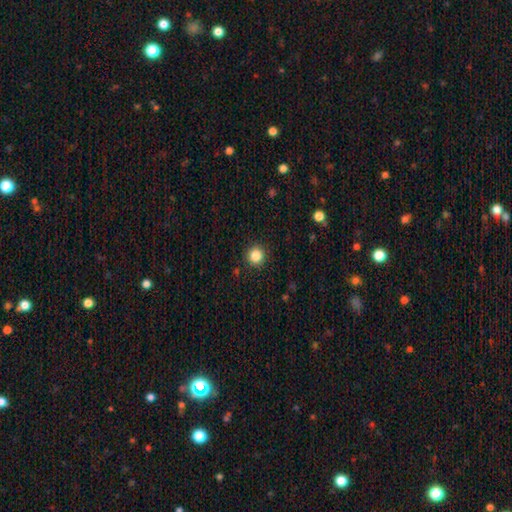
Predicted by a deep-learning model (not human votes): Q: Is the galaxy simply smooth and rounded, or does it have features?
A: smooth — 85%.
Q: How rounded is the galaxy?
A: round — 92%.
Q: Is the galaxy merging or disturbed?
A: none — 91%.